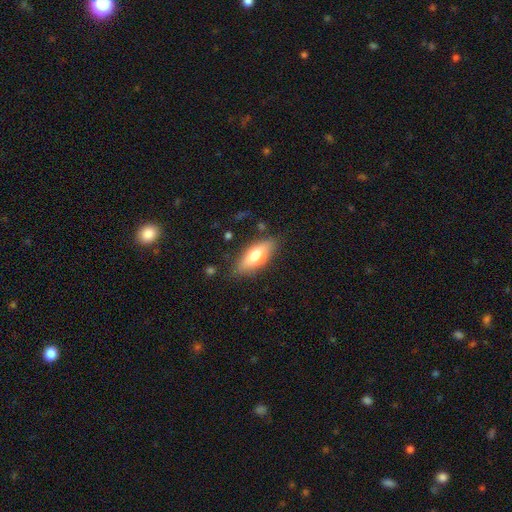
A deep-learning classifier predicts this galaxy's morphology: Q: Smooth or featured?
A: smooth (61%); runner-up: featured or disk (32%)
Q: How rounded?
A: in between (71%); runner-up: cigar-shaped (26%)
Q: Merging?
A: none (75%); runner-up: minor disturbance (17%)